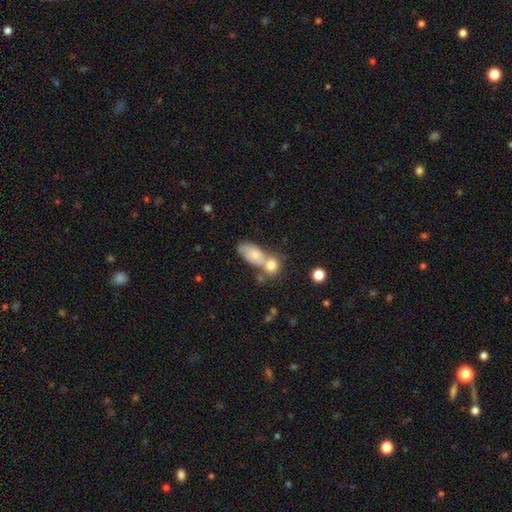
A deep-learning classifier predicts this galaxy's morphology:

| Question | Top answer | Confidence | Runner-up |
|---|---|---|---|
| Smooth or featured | smooth | 69% | featured or disk (21%) |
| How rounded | in between | 80% | round (14%) |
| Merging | merger | 53% | none (30%) |